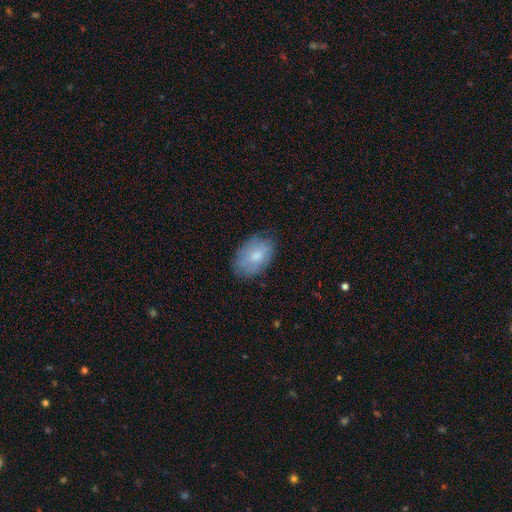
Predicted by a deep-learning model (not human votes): smooth-or-featured: smooth: 70% | featured or disk: 24% | star or artifact: 7%
  how-rounded: in between: 89% | round: 10% | cigar-shaped: 1%
  merging: none: 76% | minor disturbance: 19% | major disturbance: 5% | merger: 1%